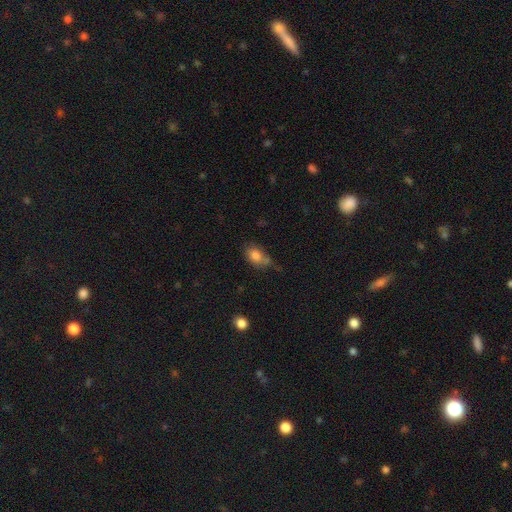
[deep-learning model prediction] smooth 82%, star or artifact 10%, featured or disk 9%. Down the decision tree: how rounded — in between (75%); merging — none (50%).